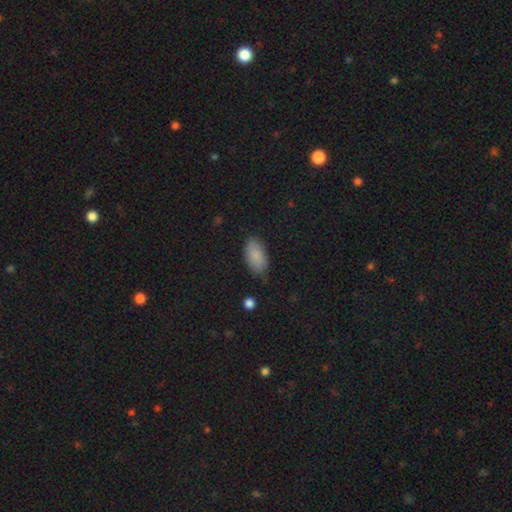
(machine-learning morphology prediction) This appears to be a smooth galaxy with no disk features (86%) that is in between round and cigar-shaped (93%). Merging: none (80%).